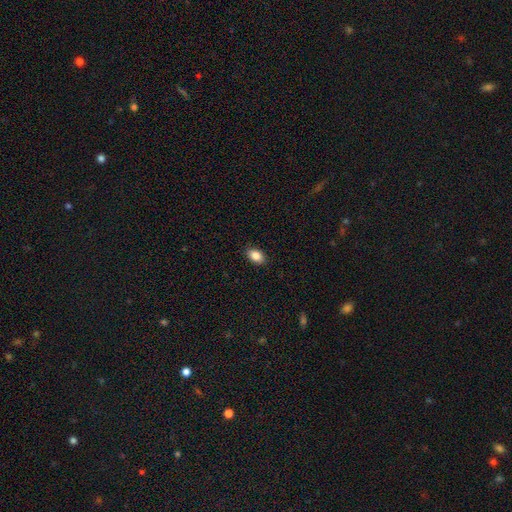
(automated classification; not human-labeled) This is clearly a smooth galaxy (87%). How rounded: clearly in between (86%). Merging: clearly none (89%).